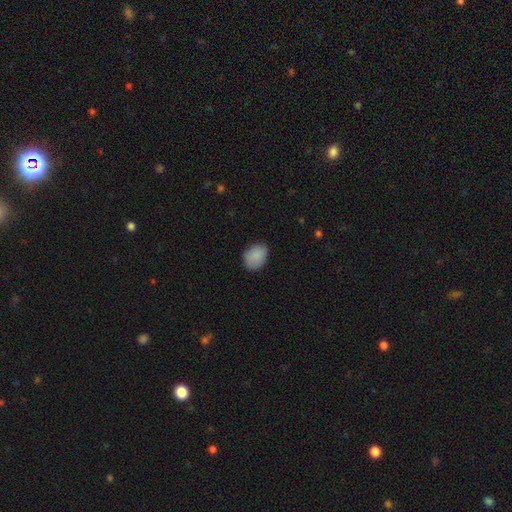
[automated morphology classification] type=smooth (88%); roundness=in between (71%); merging=none (79%).